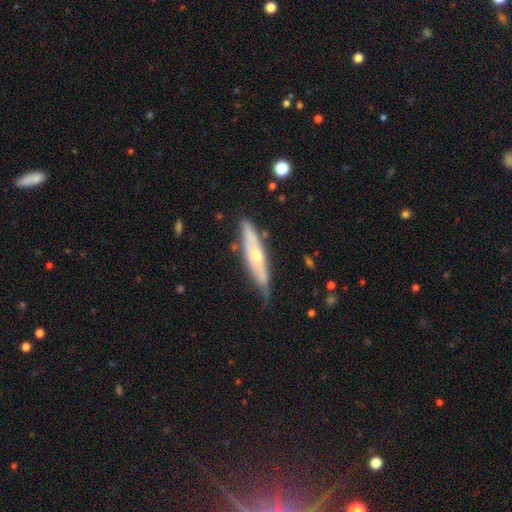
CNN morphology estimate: smooth_or_featured: featured or disk (p=0.62) [alt: smooth p=0.31]
disk_edge_on: yes (p=0.73) [alt: no p=0.27]
merging: none (p=0.74) [alt: minor disturbance p=0.21]